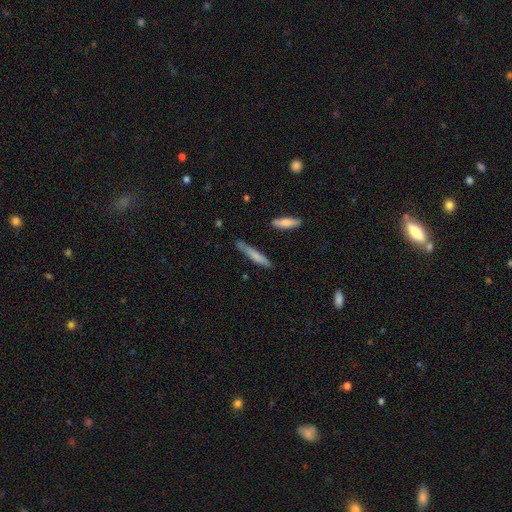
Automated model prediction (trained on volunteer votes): This appears to be a smooth galaxy with no disk features (69%) that is cigar-shaped (92%). Merging: none (79%).